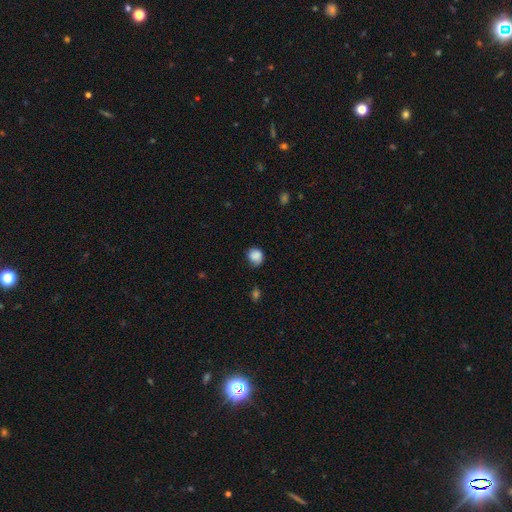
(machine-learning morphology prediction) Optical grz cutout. It shows a smooth galaxy with no disk features (86%) that is round (76%). Merging: none (62%).